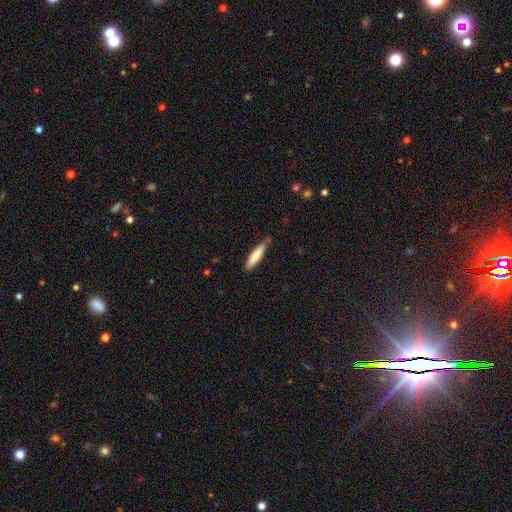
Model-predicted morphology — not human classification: Smooth or featured? smooth (74%)
How rounded? cigar-shaped (81%)
Merging? none (79%)